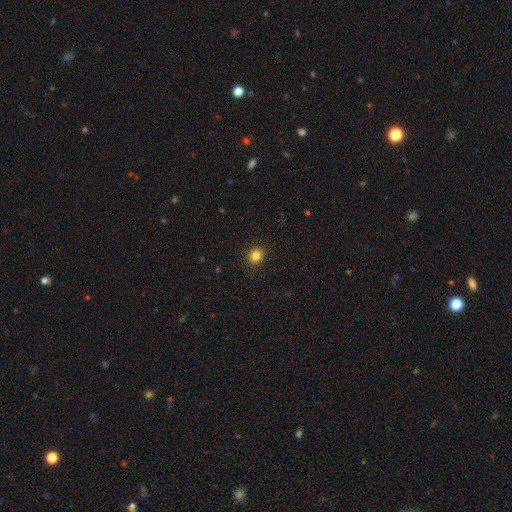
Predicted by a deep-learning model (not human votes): This appears to be a smooth galaxy with no disk features (84%) that is round (68%). Merging: none (89%).